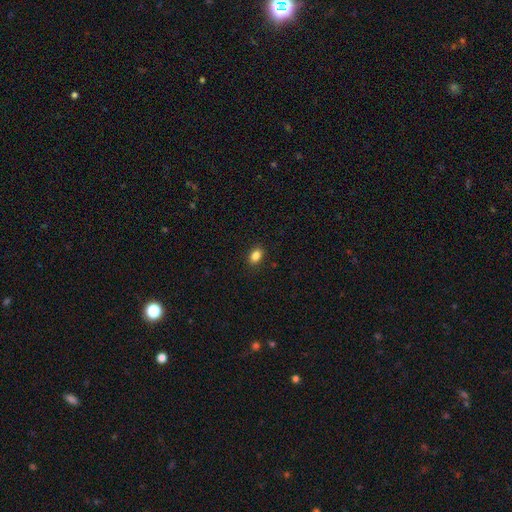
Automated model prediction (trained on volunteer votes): A smooth galaxy with no disk features (86%) that is in between round and cigar-shaped (84%).

Vote fractions:
- Smooth or featured? smooth: 86% / star or artifact: 10% / featured or disk: 4%
- How rounded? in between: 84% / round: 14% / cigar-shaped: 2%
- Merging? none: 89% / minor disturbance: 8% / major disturbance: 2% / merger: 1%